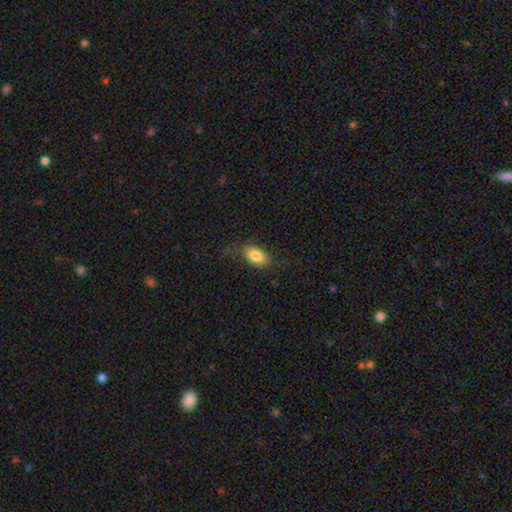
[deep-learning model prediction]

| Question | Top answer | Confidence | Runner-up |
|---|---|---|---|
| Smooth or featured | smooth | 83% | featured or disk (10%) |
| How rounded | in between | 90% | round (6%) |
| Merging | none | 75% | minor disturbance (17%) |